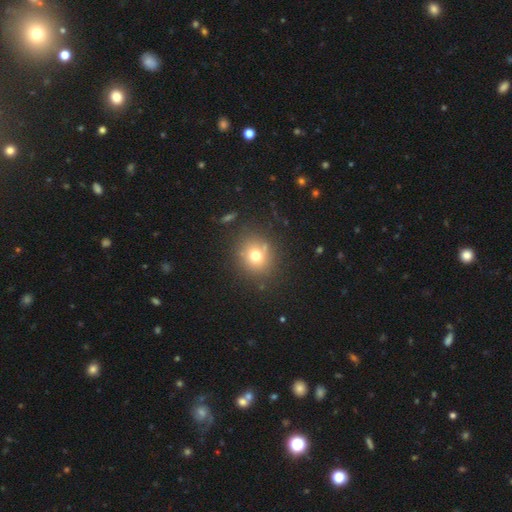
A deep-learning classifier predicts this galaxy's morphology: Smooth or featured: smooth — 72% (star or artifact — 16%)
How rounded: round — 82% (in between — 17%)
Merging: none — 81% (minor disturbance — 10%)